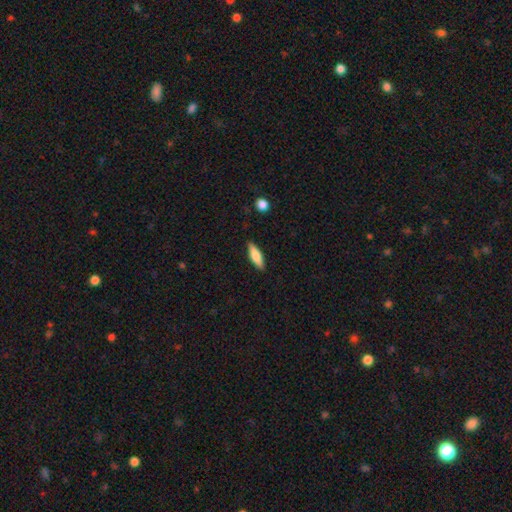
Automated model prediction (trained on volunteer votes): A smooth galaxy with no disk features (75%) that is cigar-shaped (54%).

Vote fractions:
- Smooth or featured? smooth: 75% / featured or disk: 19% / star or artifact: 6%
- How rounded? cigar-shaped: 54% / in between: 44% / round: 2%
- Merging? none: 88% / minor disturbance: 9% / major disturbance: 2% / merger: 1%